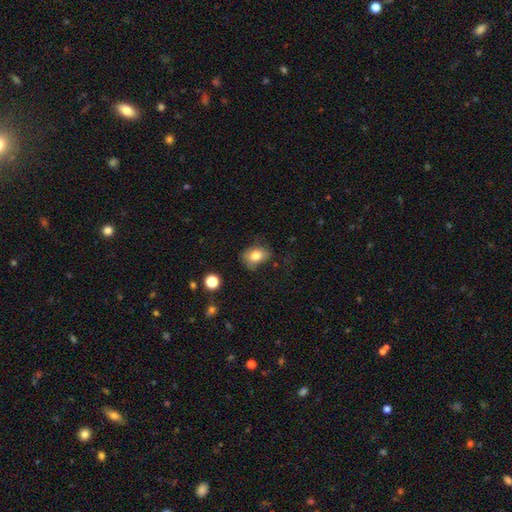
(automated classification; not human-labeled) Smooth or featured? smooth (79%)
How rounded? in between (68%)
Merging? none (55%)